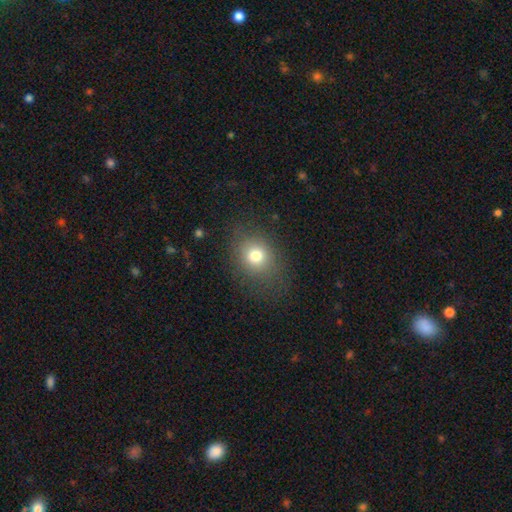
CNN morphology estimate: type=smooth (75%); roundness=round (62%); merging=none (76%).